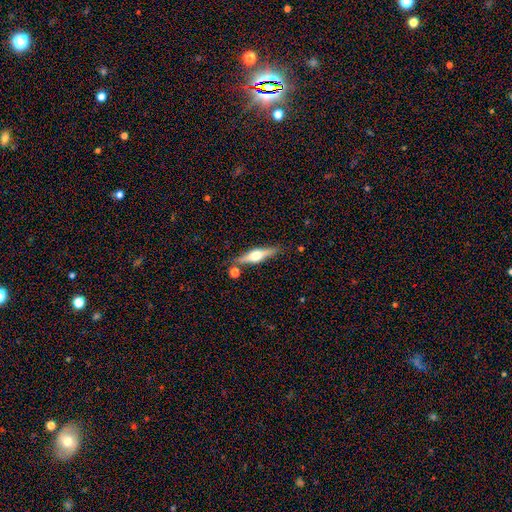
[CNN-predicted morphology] Smooth or featured?
  - featured or disk: 66% *
  - smooth: 28%
  - star or artifact: 6%
Edge-on disk?
  - yes: 96% *
  - no: 4%
Edge-on bulge?
  - rounded: 94% *
  - boxy: 4%
  - none: 2%
Merging?
  - none: 82% *
  - minor disturbance: 10%
  - merger: 6%
  - major disturbance: 2%